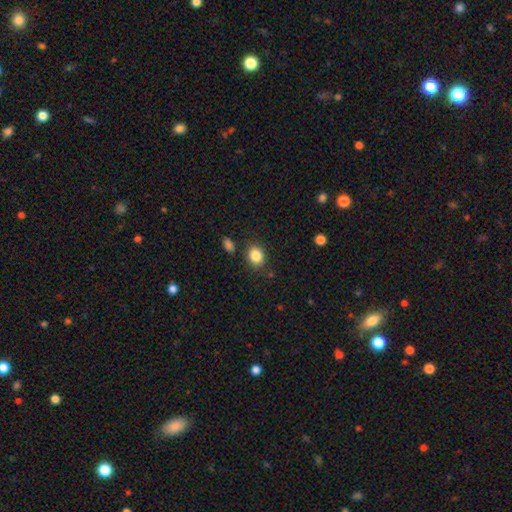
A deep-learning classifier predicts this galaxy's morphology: A smooth galaxy with no disk features (85%) that is in between round and cigar-shaped (50%).

Vote fractions:
- Smooth or featured? smooth: 85% / star or artifact: 9% / featured or disk: 6%
- How rounded? in between: 50% / round: 49% / cigar-shaped: 1%
- Merging? none: 81% / minor disturbance: 11% / merger: 4% / major disturbance: 3%